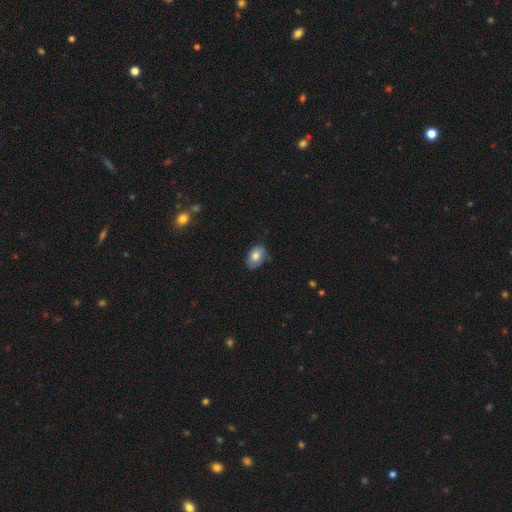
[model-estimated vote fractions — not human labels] smooth_or_featured: smooth (p=0.78) [alt: featured or disk p=0.14]
how_rounded: in between (p=0.83) [alt: round p=0.16]
merging: none (p=0.73) [alt: minor disturbance p=0.22]